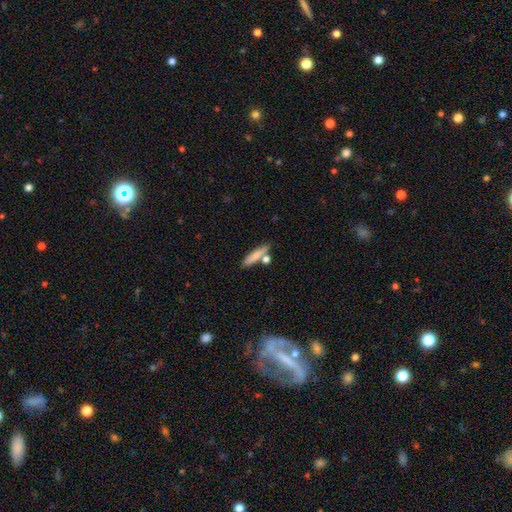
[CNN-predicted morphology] Smooth or featured? Predicted: smooth (p=0.79). How rounded? Predicted: cigar-shaped (p=0.76). Merging? Predicted: none (p=0.68).